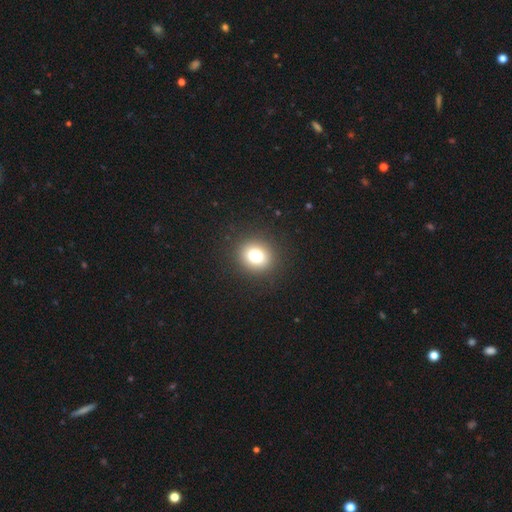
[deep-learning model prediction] This appears to be a smooth galaxy with no disk features (78%) that is round (80%). Merging: none (91%).